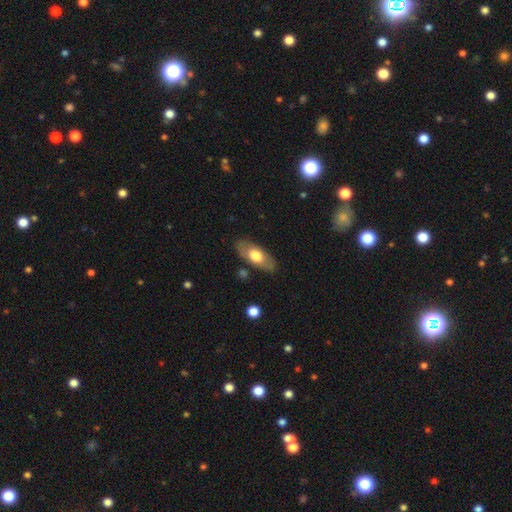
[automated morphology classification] smooth-or-featured: smooth: 60% | featured or disk: 34% | star or artifact: 6%
  how-rounded: in between: 84% | cigar-shaped: 12% | round: 3%
  merging: none: 83% | minor disturbance: 12% | major disturbance: 3% | merger: 2%